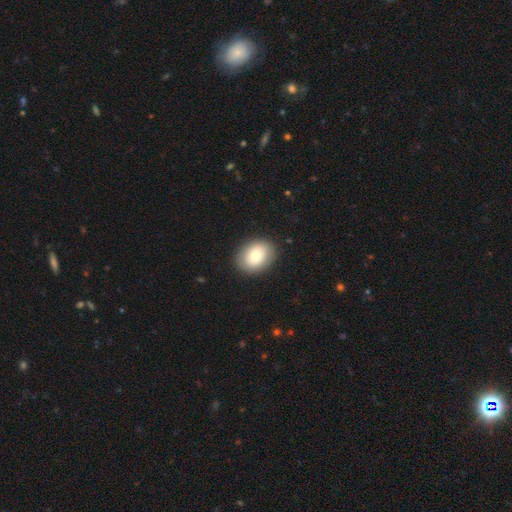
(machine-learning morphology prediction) Smooth or featured? smooth (79%)
How rounded? in between (62%)
Merging? none (88%)